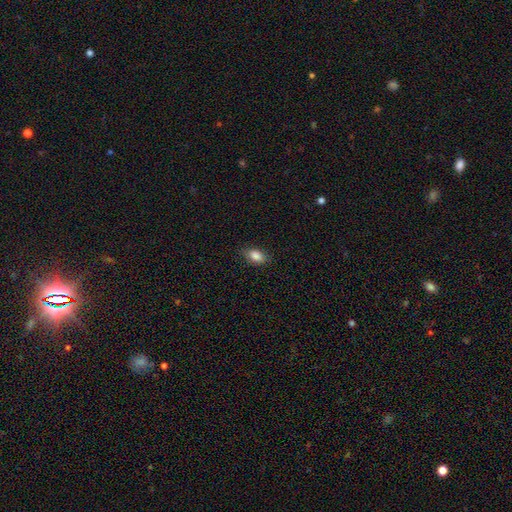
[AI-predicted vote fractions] Q: Smooth or featured?
A: smooth (86%); runner-up: star or artifact (8%)
Q: How rounded?
A: in between (88%); runner-up: round (9%)
Q: Merging?
A: none (82%); runner-up: minor disturbance (14%)